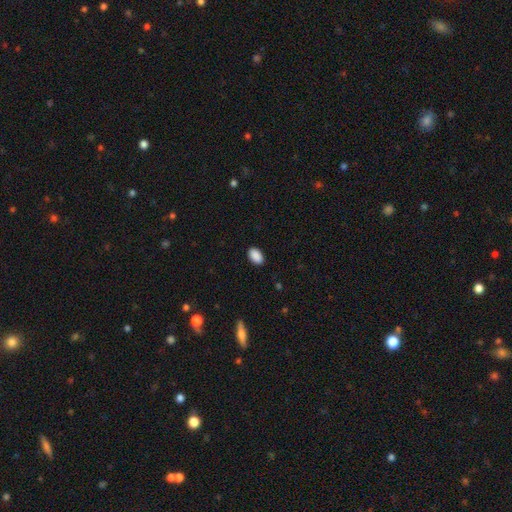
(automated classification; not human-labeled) Morphology: type=smooth (90%); roundness=in between (91%); merging=none (89%).